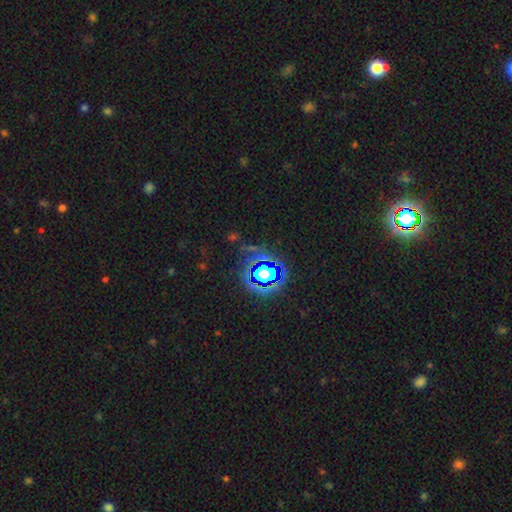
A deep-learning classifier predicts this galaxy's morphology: The model was most divided on "smooth or featured": star or artifact: 80%, smooth: 13%, featured or disk: 7%.